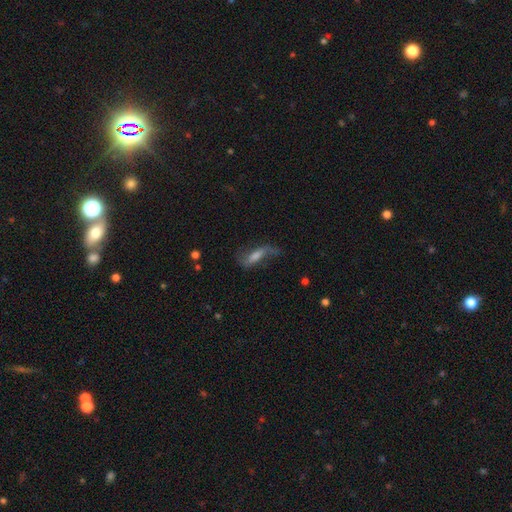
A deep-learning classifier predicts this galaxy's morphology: featured or disk 62%, smooth 28%, star or artifact 10%. Down the decision tree: edge-on disk — no (77%); merging — none (51%).